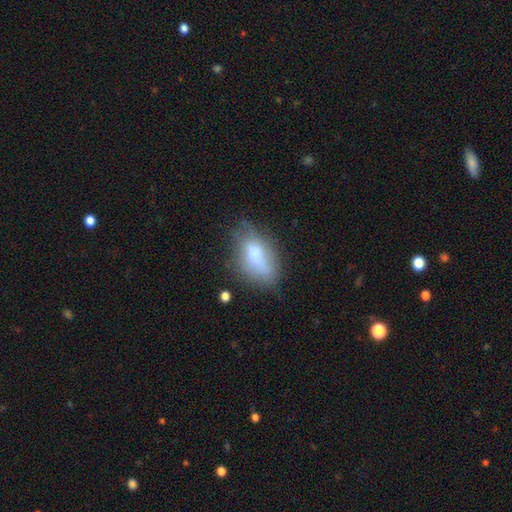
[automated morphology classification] smooth_or_featured: smooth (p=0.62) [alt: featured or disk p=0.28]
how_rounded: in between (p=0.86) [alt: cigar-shaped p=0.08]
merging: none (p=0.46) [alt: minor disturbance p=0.32]